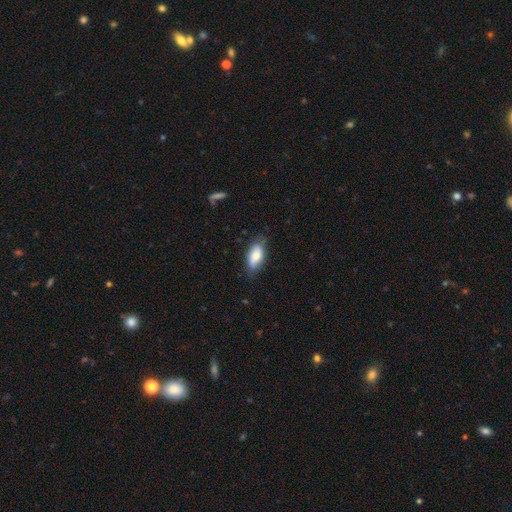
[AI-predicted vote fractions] Smooth or featured? smooth (79%)
How rounded? in between (88%)
Merging? none (70%)